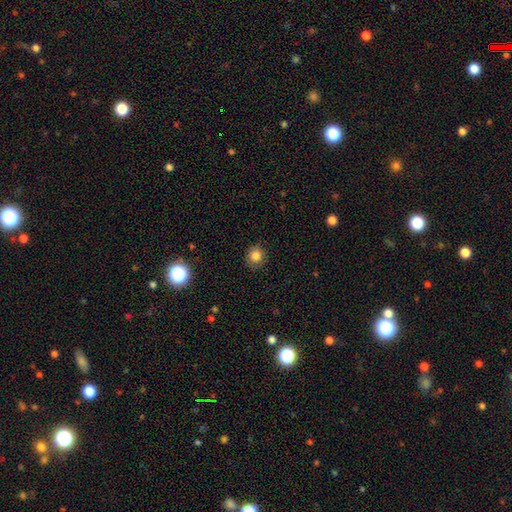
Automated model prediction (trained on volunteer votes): Morphology: type=smooth (83%); roundness=round (88%); merging=none (86%).